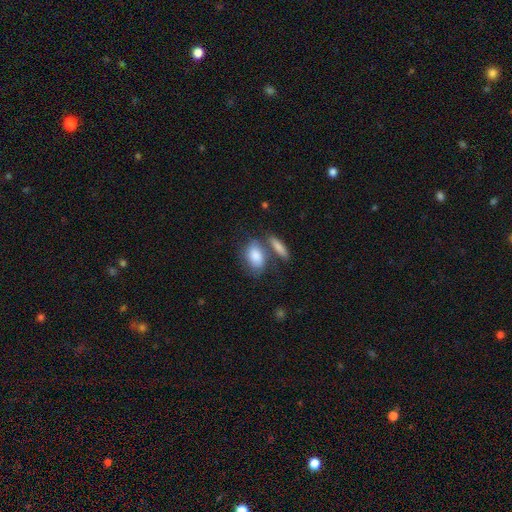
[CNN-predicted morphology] Smooth or featured? smooth (82%)
How rounded? in between (87%)
Merging? none (46%)